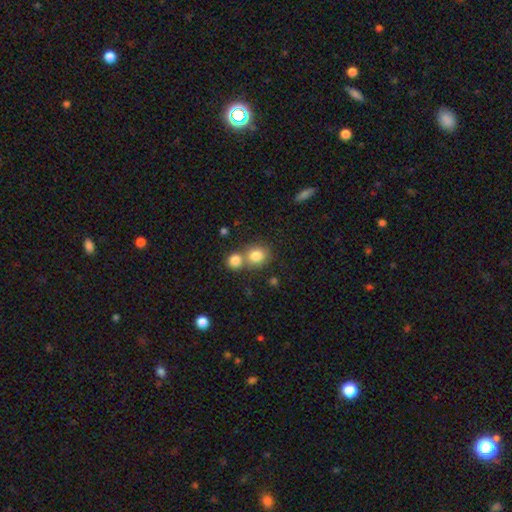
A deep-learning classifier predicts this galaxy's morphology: type=smooth (82%); roundness=round (77%); merging=none (49%).